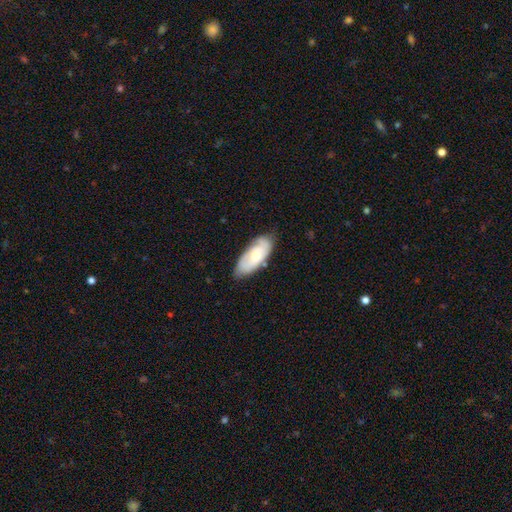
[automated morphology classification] The model was most divided on "smooth or featured": smooth: 55%, featured or disk: 39%, star or artifact: 6%. More confident: how rounded — in between (85%); merging — none (71%).